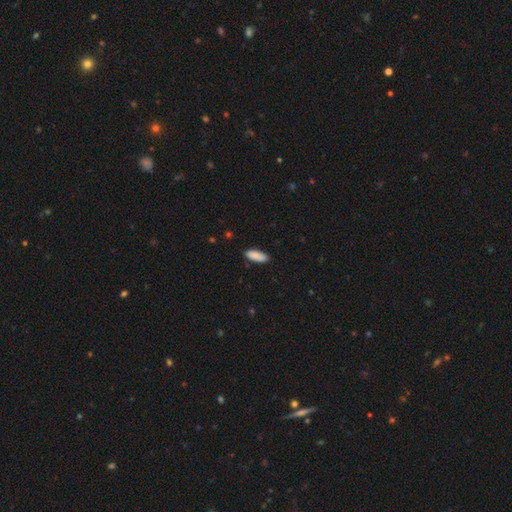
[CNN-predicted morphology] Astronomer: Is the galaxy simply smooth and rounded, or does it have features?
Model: smooth — 90%.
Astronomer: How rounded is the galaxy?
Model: in between — 68%.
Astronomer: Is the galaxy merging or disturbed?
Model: none — 87%.